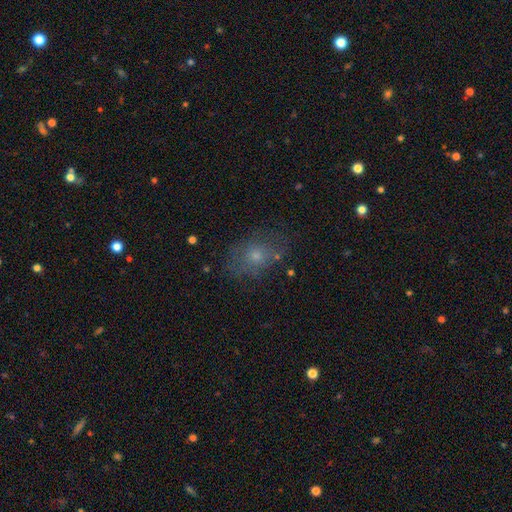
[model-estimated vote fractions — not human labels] This appears to be a smooth galaxy with no disk features (51%) that is in between round and cigar-shaped (63%). Merging: none (71%).